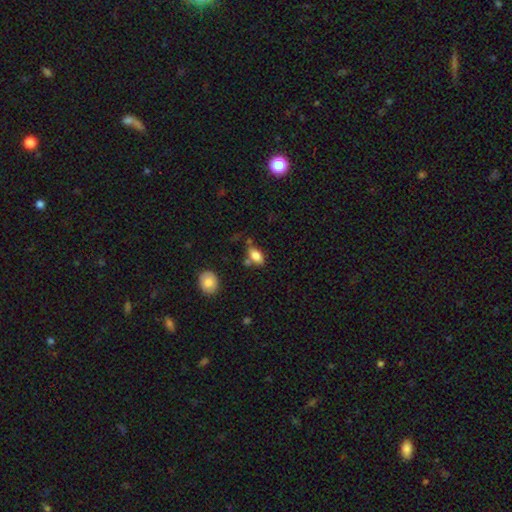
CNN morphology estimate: The model was most divided on "merging": none: 65%, minor disturbance: 17%, merger: 13%, major disturbance: 5%. More confident: how rounded — in between (89%); smooth or featured — smooth (82%).